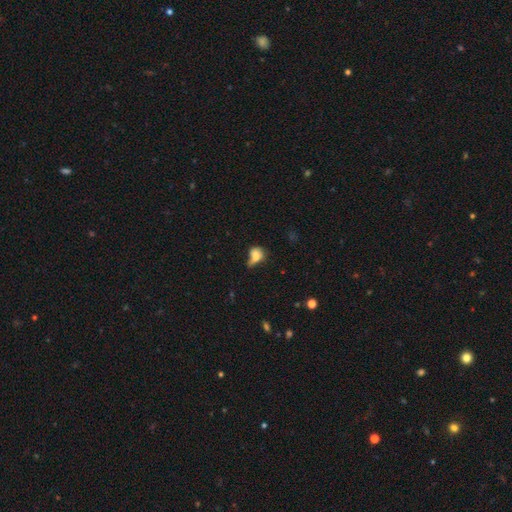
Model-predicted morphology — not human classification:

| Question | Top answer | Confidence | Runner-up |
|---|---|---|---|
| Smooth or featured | smooth | 70% | featured or disk (18%) |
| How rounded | in between | 61% | round (36%) |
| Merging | merger | 33% | none (25%) |